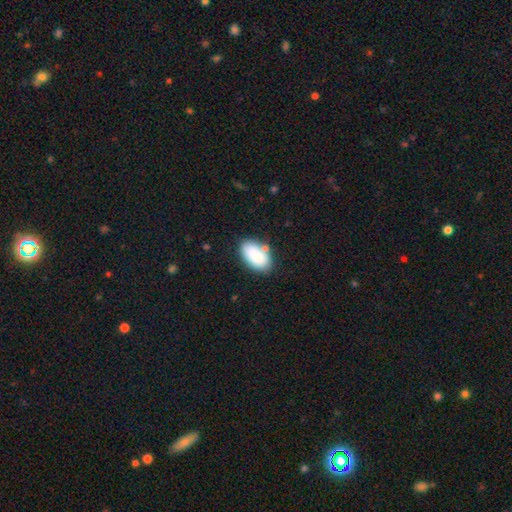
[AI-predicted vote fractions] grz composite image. It shows a smooth galaxy with no disk features (85%) that is in between round and cigar-shaped (94%). Merging: none (69%).